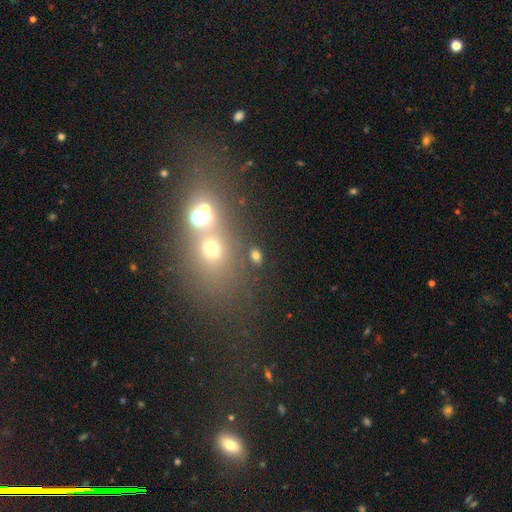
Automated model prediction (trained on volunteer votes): Smooth or featured?
  - smooth: 52% *
  - star or artifact: 33%
  - featured or disk: 15%
How rounded?
  - in between: 51% *
  - round: 45%
  - cigar-shaped: 4%
Merging?
  - none: 55% *
  - merger: 27%
  - minor disturbance: 11%
  - major disturbance: 8%